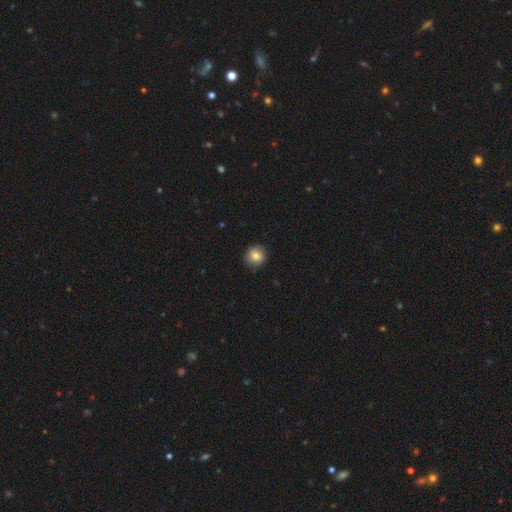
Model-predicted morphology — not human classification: smooth 84%, star or artifact 9%, featured or disk 7%. Down the decision tree: how rounded — round (91%); merging — none (88%).